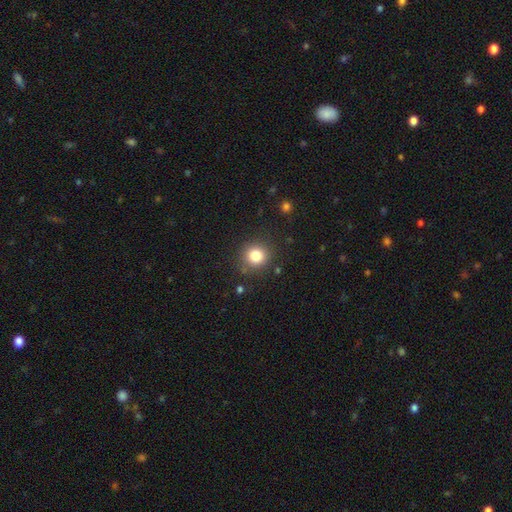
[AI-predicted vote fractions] The model was most divided on "smooth or featured": smooth: 81%, star or artifact: 12%, featured or disk: 7%. More confident: how rounded — round (91%); merging — none (86%).